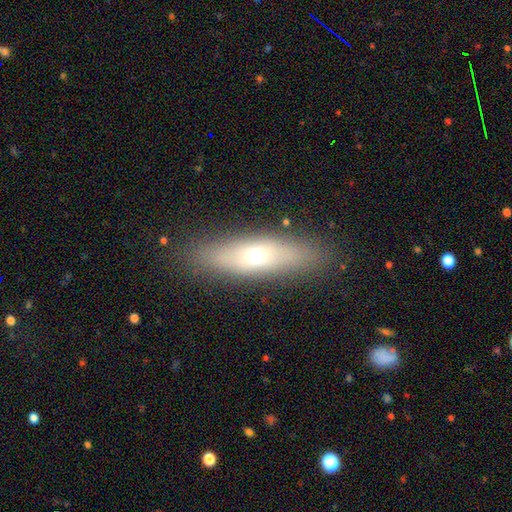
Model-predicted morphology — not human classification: This appears to be a smooth galaxy with no disk features (53%) that is cigar-shaped (66%). Merging: none (87%).